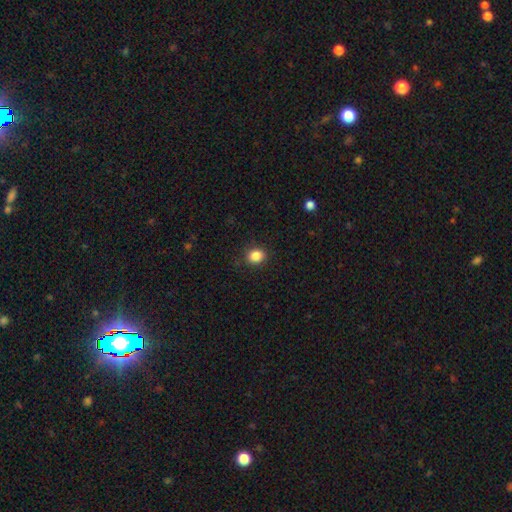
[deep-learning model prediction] A smooth galaxy with no disk features (86%) that is round (64%).

Vote fractions:
- Smooth or featured? smooth: 86% / star or artifact: 10% / featured or disk: 4%
- How rounded? round: 64% / in between: 35% / cigar-shaped: 1%
- Merging? none: 88% / minor disturbance: 8% / major disturbance: 2% / merger: 1%